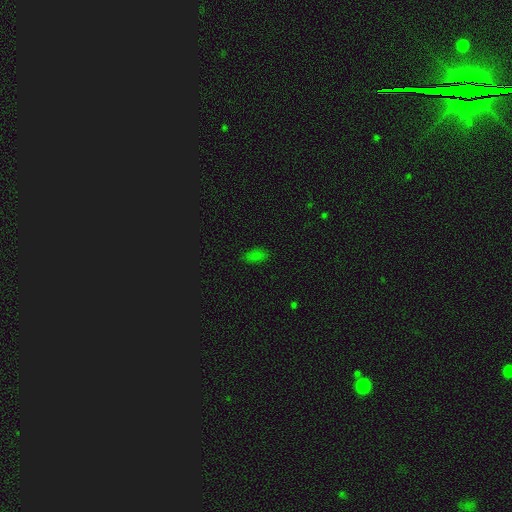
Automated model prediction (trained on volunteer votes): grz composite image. It shows a smooth galaxy with no disk features (75%) that is in between round and cigar-shaped (89%). Merging: none (81%).